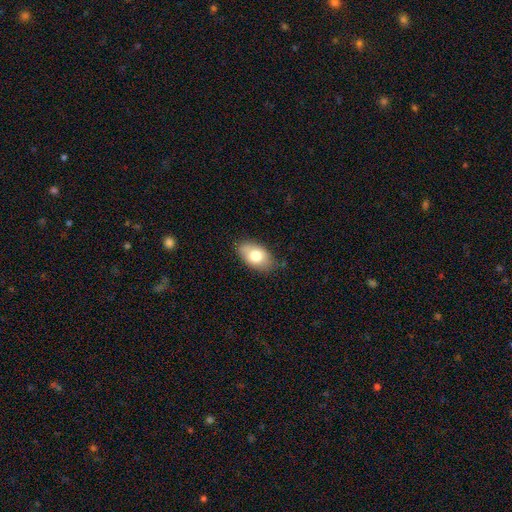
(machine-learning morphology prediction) The model was most divided on "smooth or featured": smooth: 76%, featured or disk: 17%, star or artifact: 7%. More confident: how rounded — in between (92%); merging — none (78%).